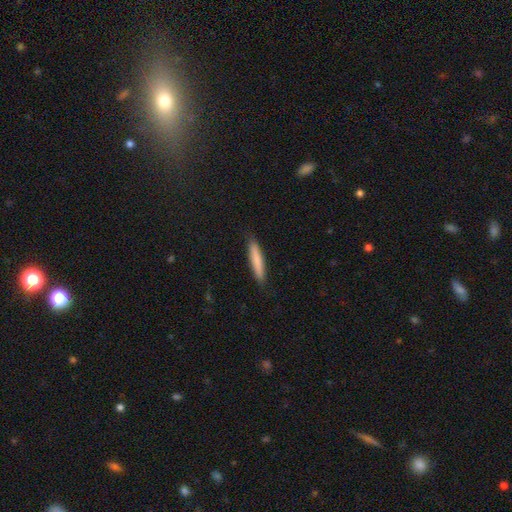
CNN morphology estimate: Overall: smooth (78%). How rounded: cigar-shaped (93%). Merging: none (89%).